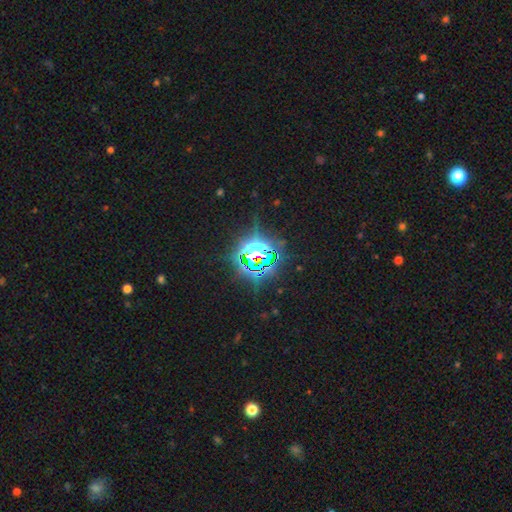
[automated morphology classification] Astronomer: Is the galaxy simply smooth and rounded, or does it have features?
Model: star or artifact — 81%.